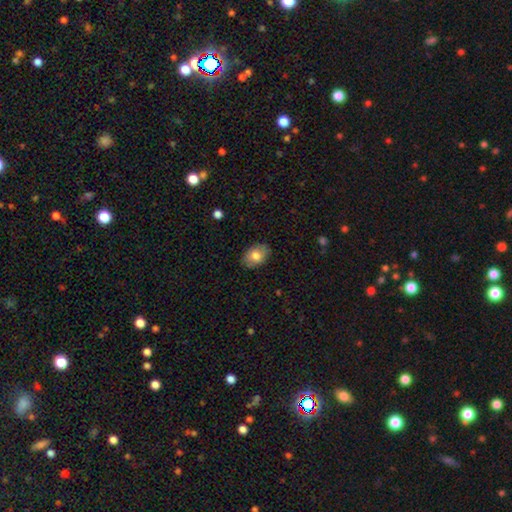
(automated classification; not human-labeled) Smooth or featured? smooth (77%)
How rounded? in between (84%)
Merging? none (85%)